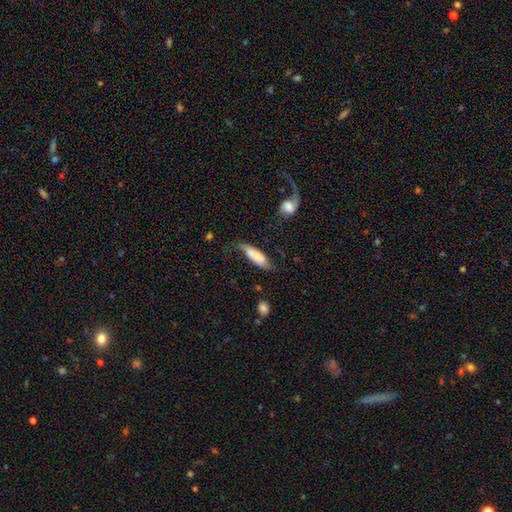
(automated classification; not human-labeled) smooth 61%, featured or disk 32%, star or artifact 7%. Down the decision tree: how rounded — in between (55%); merging — none (49%).